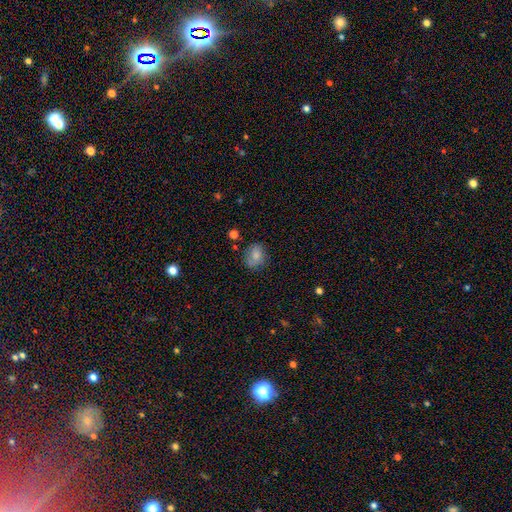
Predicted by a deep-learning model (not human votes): A smooth galaxy with no disk features (75%) that is round (55%).

Vote fractions:
- Smooth or featured? smooth: 75% / featured or disk: 15% / star or artifact: 10%
- How rounded? round: 55% / in between: 44% / cigar-shaped: 1%
- Merging? none: 69% / minor disturbance: 22% / major disturbance: 6% / merger: 3%